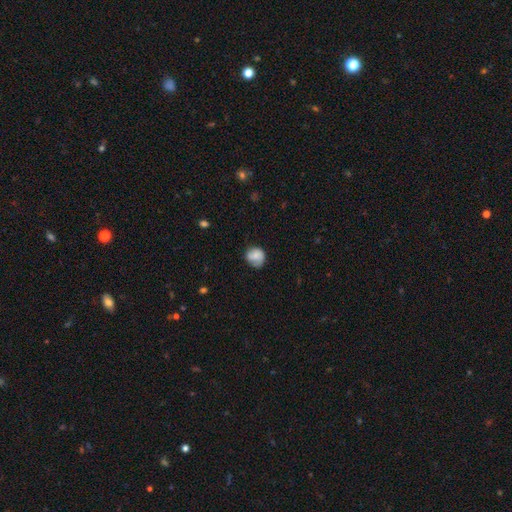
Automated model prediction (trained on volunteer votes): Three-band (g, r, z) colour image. It shows a smooth galaxy with no disk features (75%) that is round (80%). Merging: none (60%).